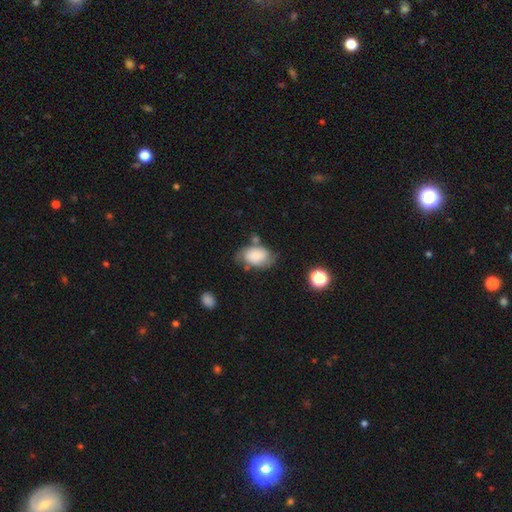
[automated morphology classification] Smooth or featured? smooth (68%)
How rounded? in between (86%)
Merging? none (51%)